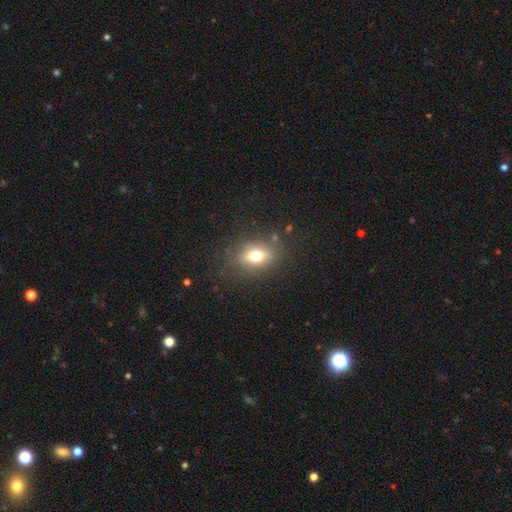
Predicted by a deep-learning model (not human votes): Smooth or featured? smooth (70%)
How rounded? in between (70%)
Merging? none (80%)